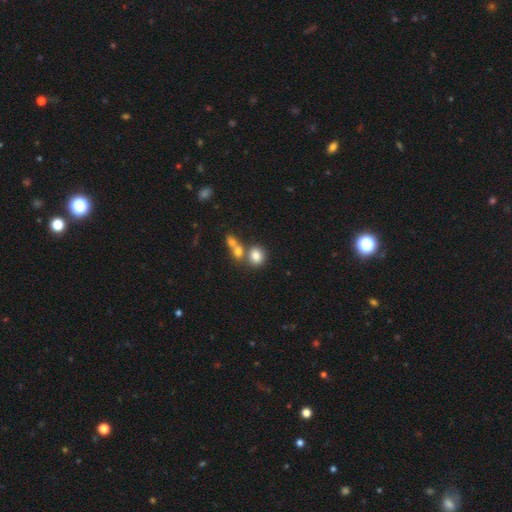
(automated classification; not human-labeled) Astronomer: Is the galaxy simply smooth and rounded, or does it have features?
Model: smooth — 80%.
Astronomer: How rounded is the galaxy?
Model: round — 65%.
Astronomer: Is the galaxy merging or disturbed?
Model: none — 50% (runner-up: merger, 36%).